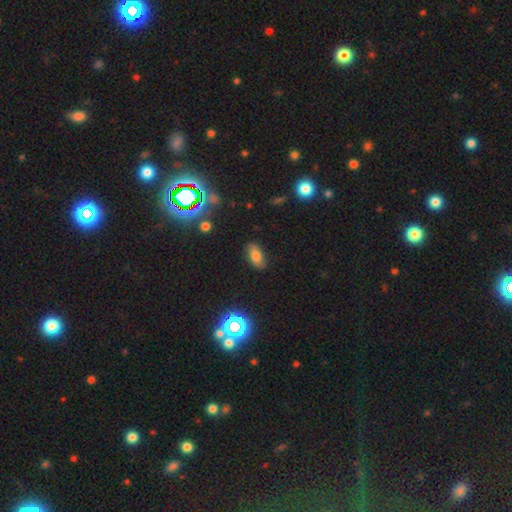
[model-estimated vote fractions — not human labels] This is likely a smooth galaxy (71%). How rounded: clearly in between (90%). Merging: clearly none (81%).